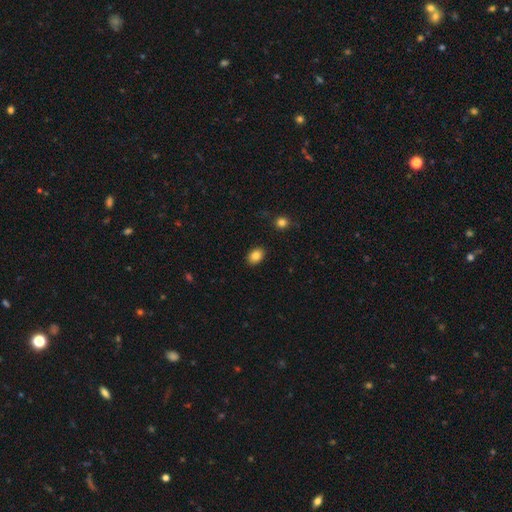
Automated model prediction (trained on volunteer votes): Smooth or featured: smooth — 85% (star or artifact — 9%)
How rounded: in between — 77% (round — 22%)
Merging: none — 89% (minor disturbance — 8%)